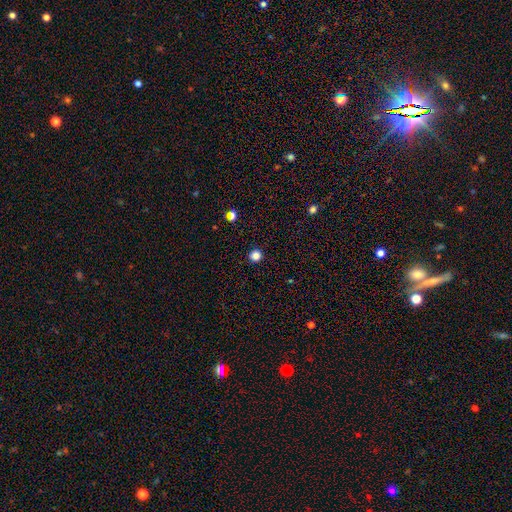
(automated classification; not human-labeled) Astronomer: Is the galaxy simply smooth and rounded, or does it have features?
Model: smooth — 84%.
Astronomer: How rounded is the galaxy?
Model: round — 95%.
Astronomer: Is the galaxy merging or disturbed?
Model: none — 93%.